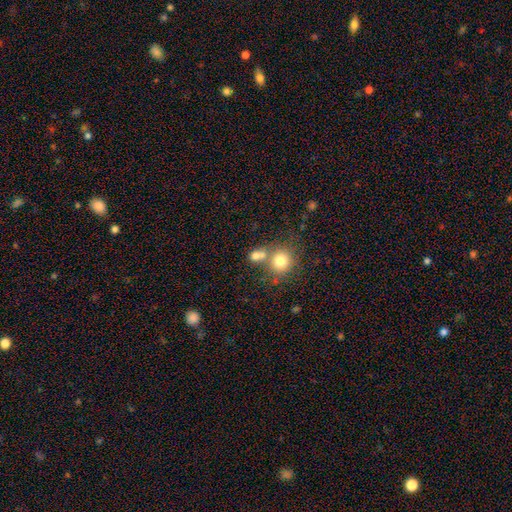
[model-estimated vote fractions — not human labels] Morphology: type=smooth (75%); roundness=round (69%); merging=merger (48%).